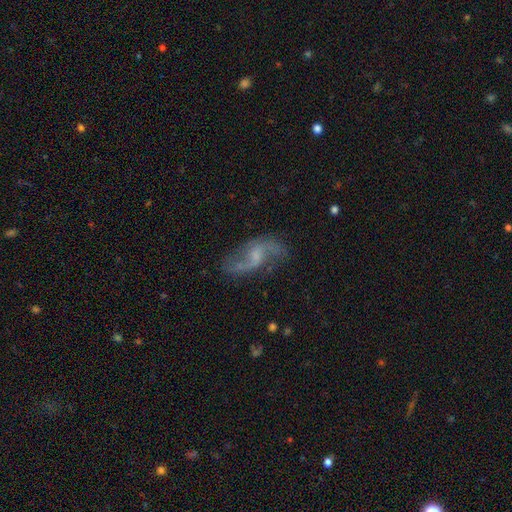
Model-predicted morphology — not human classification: type=featured or disk (84%); edge-on=no (96%); bar=weak (51%); spiral arms=yes (94%); winding=loose (74%); arm count=2 (90%); bulge=small (42%); merging=none (70%).